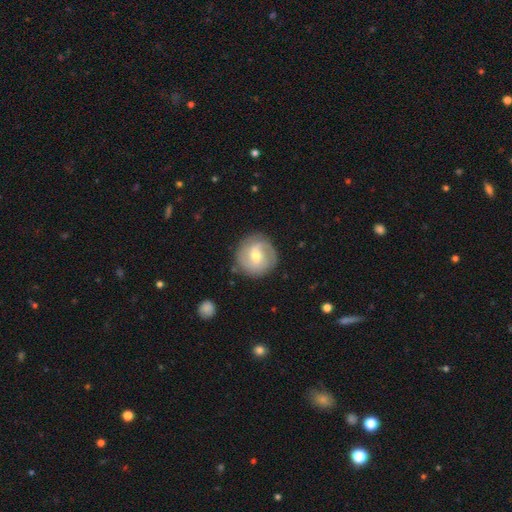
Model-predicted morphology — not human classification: type=featured or disk (62%); edge-on=no (97%); bar=weak (55%); spiral arms=yes (84%); winding=medium (41%); arm count=2 (64%); bulge=moderate (63%); merging=none (83%).